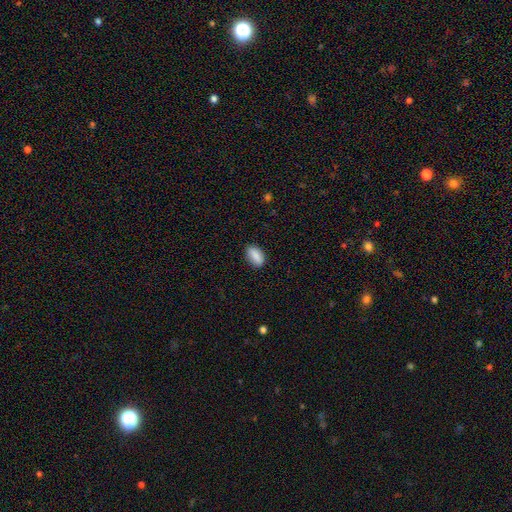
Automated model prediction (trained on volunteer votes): Q: Smooth or featured?
A: smooth (87%); runner-up: star or artifact (7%)
Q: How rounded?
A: in between (88%); runner-up: cigar-shaped (6%)
Q: Merging?
A: none (86%); runner-up: minor disturbance (10%)